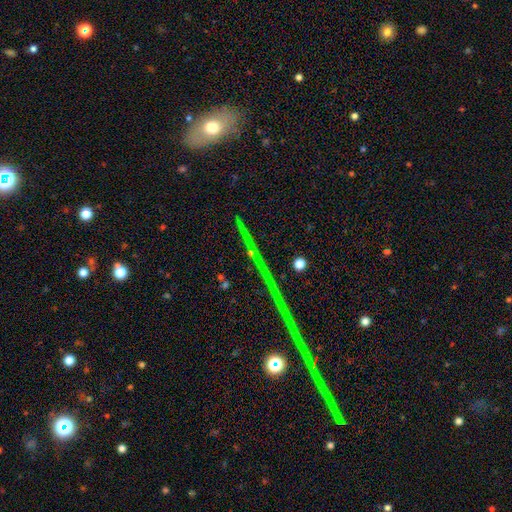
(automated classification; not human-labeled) Q: Smooth or featured?
A: star or artifact (59%); runner-up: featured or disk (26%)